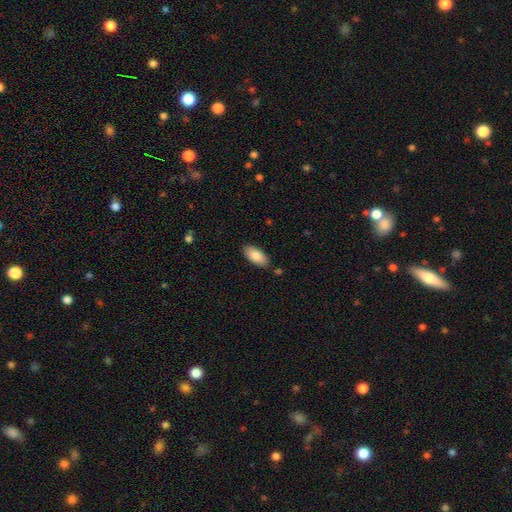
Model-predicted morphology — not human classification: A smooth galaxy with no disk features (85%) that is in between round and cigar-shaped (92%).

Vote fractions:
- Smooth or featured? smooth: 85% / featured or disk: 9% / star or artifact: 6%
- How rounded? in between: 92% / cigar-shaped: 6% / round: 2%
- Merging? none: 86% / minor disturbance: 10% / merger: 2% / major disturbance: 2%